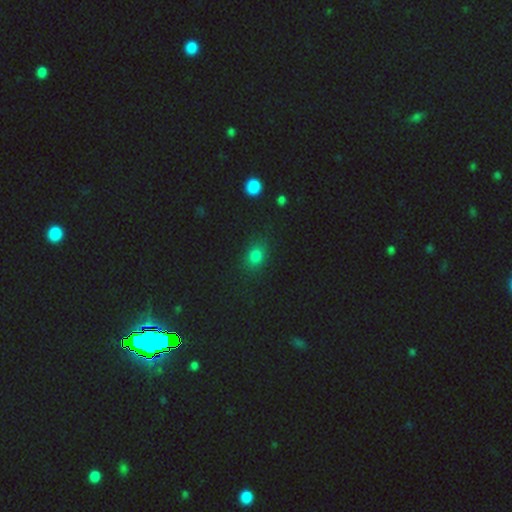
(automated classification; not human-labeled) smooth_or_featured: smooth (p=0.77) [alt: star or artifact p=0.17]
how_rounded: in between (p=0.52) [alt: round p=0.45]
merging: none (p=0.82) [alt: minor disturbance p=0.12]